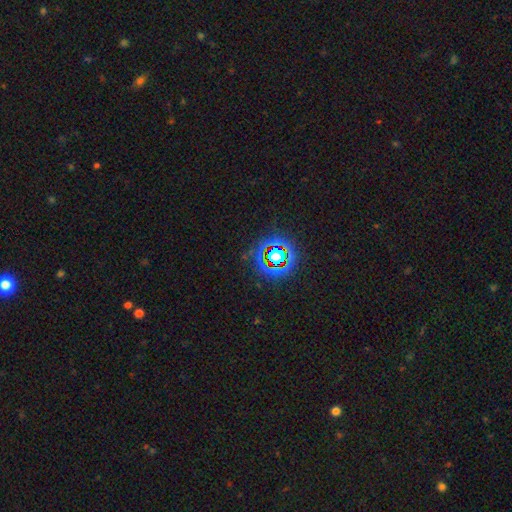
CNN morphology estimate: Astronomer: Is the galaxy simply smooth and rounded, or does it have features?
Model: star or artifact — 72%.